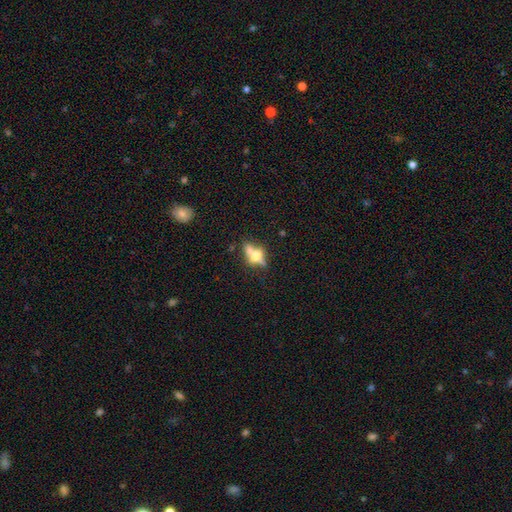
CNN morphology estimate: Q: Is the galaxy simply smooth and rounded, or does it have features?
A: featured or disk — 46%.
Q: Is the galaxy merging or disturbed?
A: none — 45%.